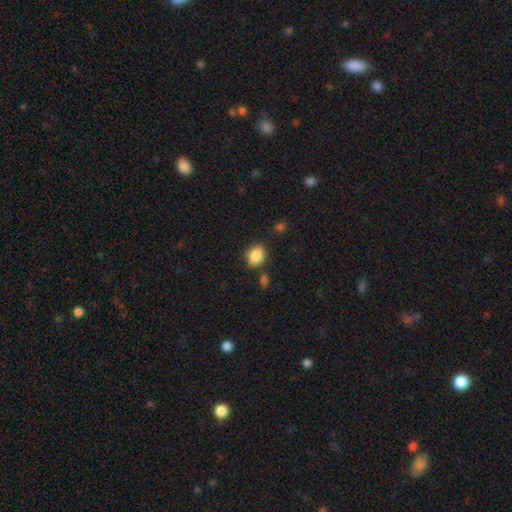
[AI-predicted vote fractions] Smooth or featured? Predicted: smooth (p=0.86). How rounded? Predicted: in between (p=0.59). Merging? Predicted: none (p=0.76).